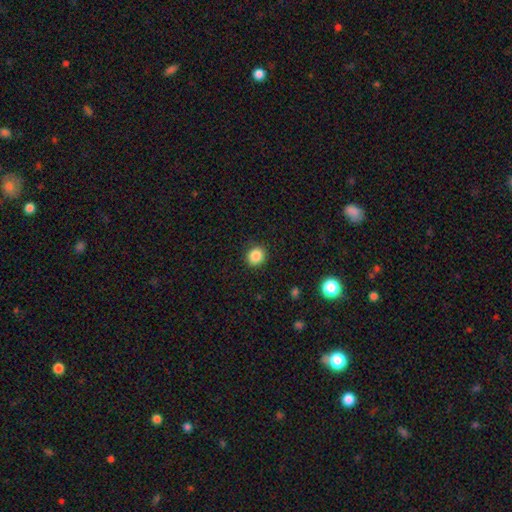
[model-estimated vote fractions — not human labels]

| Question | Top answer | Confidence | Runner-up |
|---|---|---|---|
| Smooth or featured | smooth | 86% | star or artifact (10%) |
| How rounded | round | 84% | in between (16%) |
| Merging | none | 89% | minor disturbance (7%) |